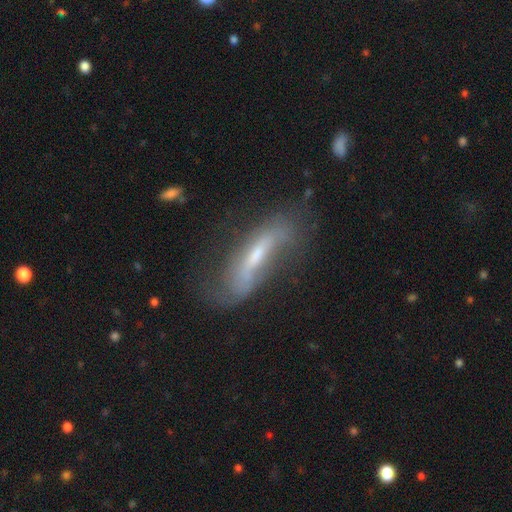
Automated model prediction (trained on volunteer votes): Smooth or featured: featured or disk — 61% (smooth — 30%)
Edge-on disk: no — 61% (yes — 39%)
Merging: none — 47% (minor disturbance — 26%)